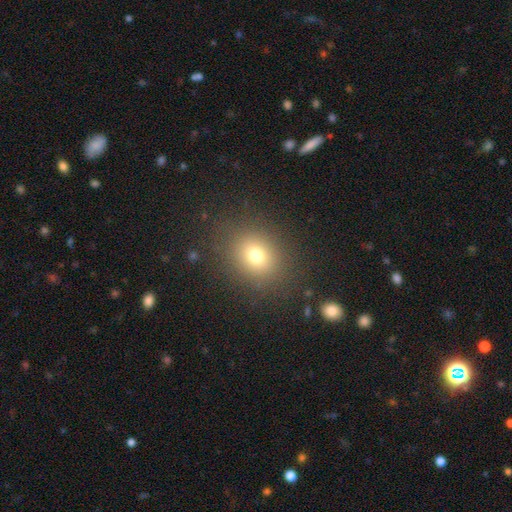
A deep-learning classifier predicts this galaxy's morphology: Smooth or featured? Predicted: smooth (p=0.74). How rounded? Predicted: round (p=0.62). Merging? Predicted: none (p=0.84).